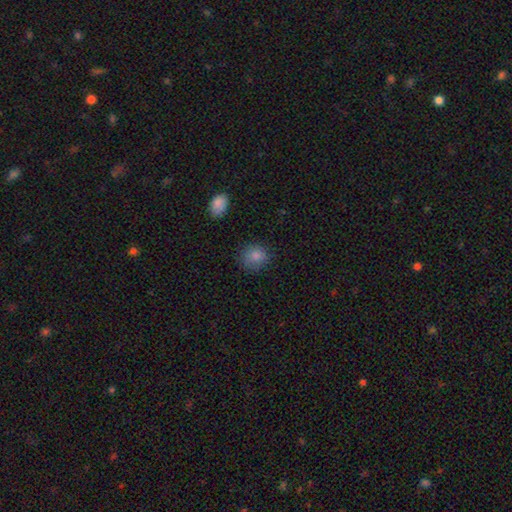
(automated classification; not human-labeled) smooth-or-featured: smooth: 83% | star or artifact: 11% | featured or disk: 6%
  how-rounded: round: 80% | in between: 19% | cigar-shaped: 1%
  merging: none: 82% | minor disturbance: 13% | major disturbance: 3% | merger: 2%